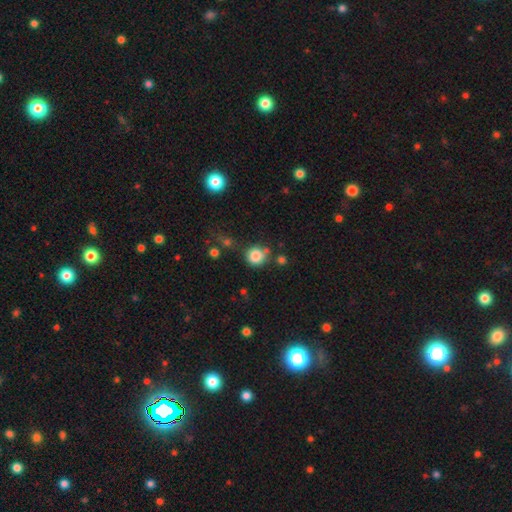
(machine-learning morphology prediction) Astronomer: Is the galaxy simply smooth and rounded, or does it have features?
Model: smooth — 83%.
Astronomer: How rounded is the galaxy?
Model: round — 87%.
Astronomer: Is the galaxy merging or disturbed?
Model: none — 65%.